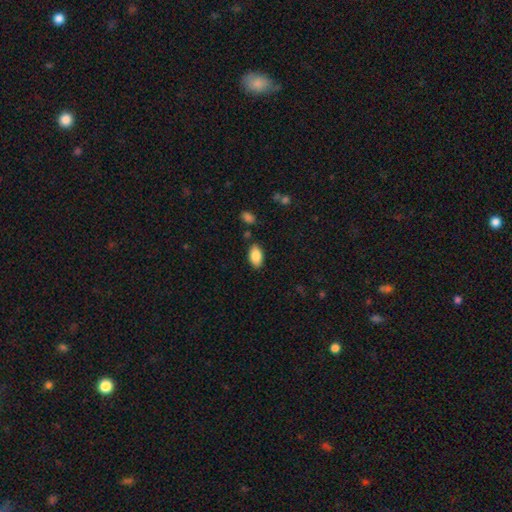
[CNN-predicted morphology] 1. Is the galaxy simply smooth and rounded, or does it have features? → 87% smooth, 7% star or artifact, 6% featured or disk.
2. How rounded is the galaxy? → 94% in between, 4% round, 2% cigar-shaped.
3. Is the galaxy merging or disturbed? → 84% none, 11% minor disturbance, 3% merger, 2% major disturbance.